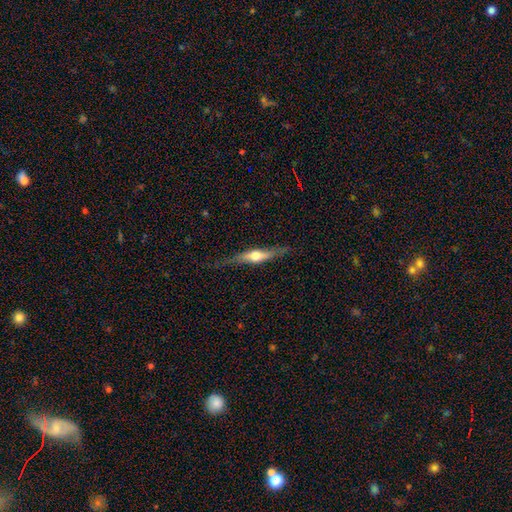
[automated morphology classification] Smooth or featured? Predicted: featured or disk (p=0.61). Edge-on disk? Predicted: yes (p=0.91). Edge-on bulge? Predicted: rounded (p=0.90). Merging? Predicted: none (p=0.72).